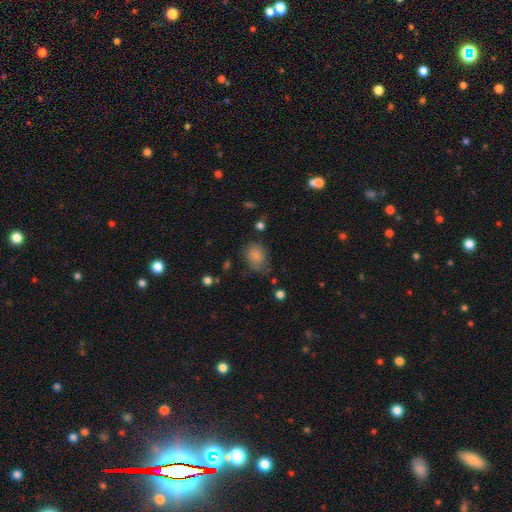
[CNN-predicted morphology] Smooth or featured?
  - smooth: 79% *
  - featured or disk: 11%
  - star or artifact: 9%
How rounded?
  - in between: 62% *
  - round: 37%
  - cigar-shaped: 1%
Merging?
  - none: 57% *
  - minor disturbance: 29%
  - major disturbance: 11%
  - merger: 3%